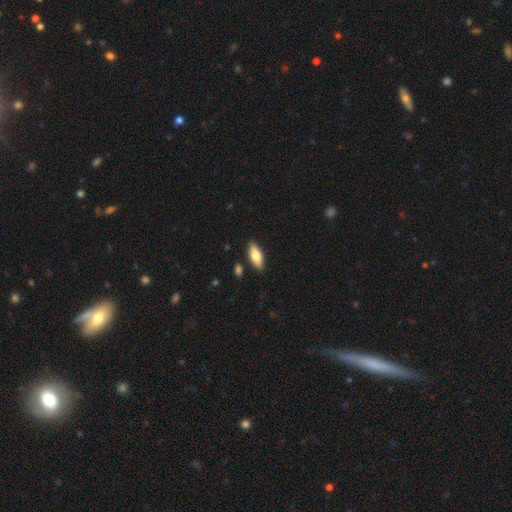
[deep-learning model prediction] Smooth or featured: smooth — 70% (featured or disk — 24%)
How rounded: in between — 74% (cigar-shaped — 24%)
Merging: none — 86% (minor disturbance — 10%)